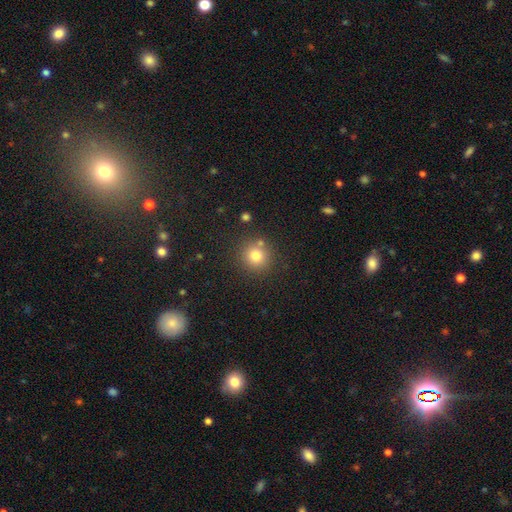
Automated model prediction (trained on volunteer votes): A smooth galaxy with no disk features (78%) that is round (92%). Merging: none (82%).